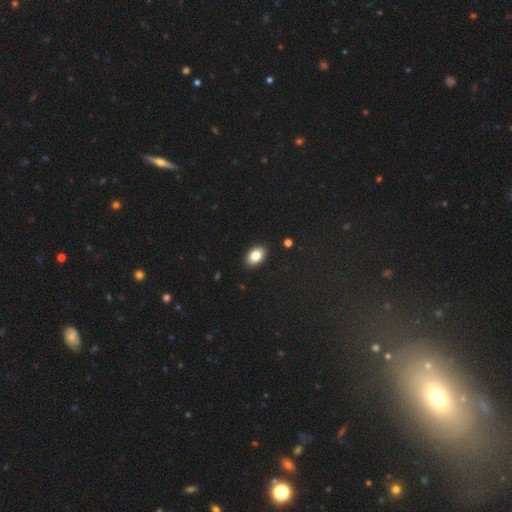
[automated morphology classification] smooth-or-featured: smooth: 83% | featured or disk: 9% | star or artifact: 8%
  how-rounded: in between: 89% | round: 10% | cigar-shaped: 1%
  merging: none: 90% | minor disturbance: 7% | major disturbance: 2% | merger: 1%